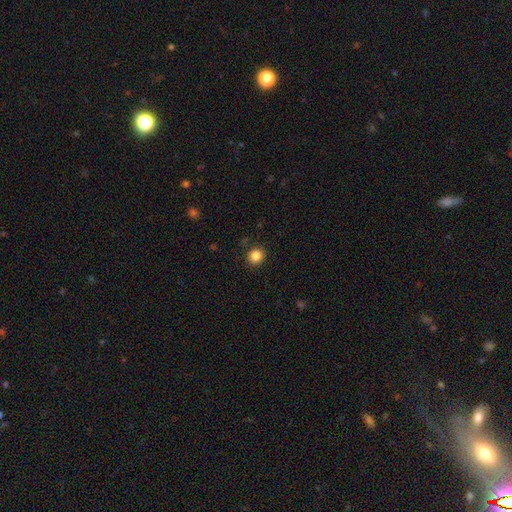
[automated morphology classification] Smooth or featured: smooth — 85% (star or artifact — 11%)
How rounded: round — 86% (in between — 13%)
Merging: none — 90% (minor disturbance — 6%)